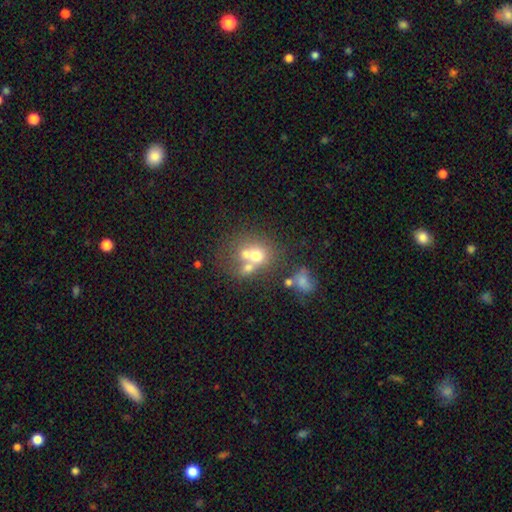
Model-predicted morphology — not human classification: Smooth or featured? Predicted: smooth (p=0.57). How rounded? Predicted: round (p=0.65). Merging? Predicted: merger (p=0.51).